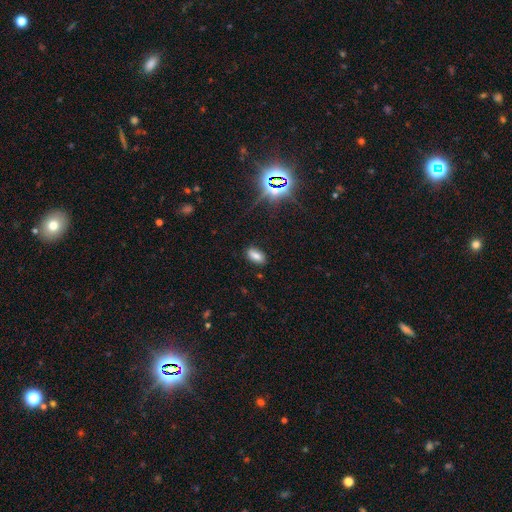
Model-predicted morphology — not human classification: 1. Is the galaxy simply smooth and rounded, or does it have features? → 74% smooth, 17% star or artifact, 9% featured or disk.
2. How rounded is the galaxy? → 91% in between, 5% round, 4% cigar-shaped.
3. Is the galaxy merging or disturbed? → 86% none, 10% minor disturbance, 2% major disturbance, 2% merger.